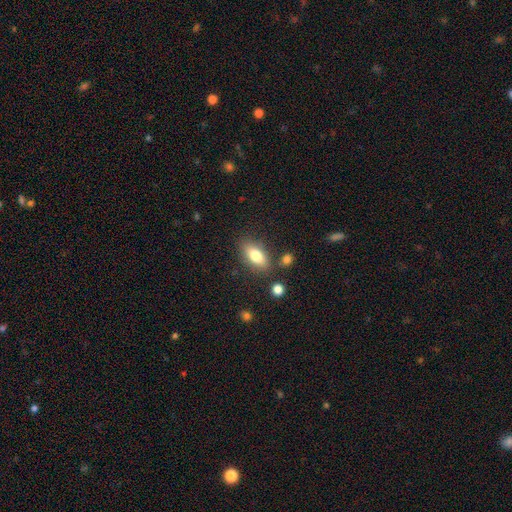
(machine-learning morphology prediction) smooth 77%, featured or disk 15%, star or artifact 8%. Down the decision tree: how rounded — in between (83%); merging — none (79%).